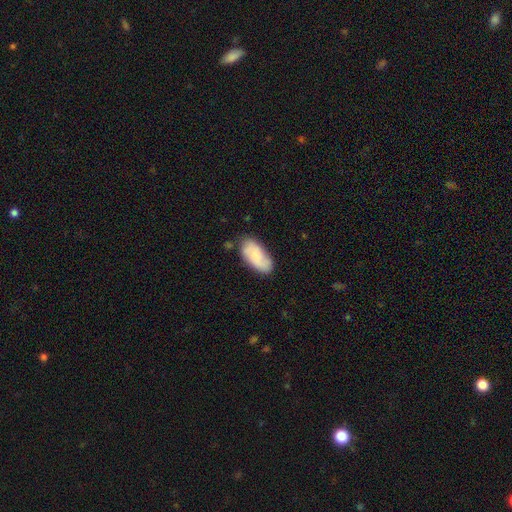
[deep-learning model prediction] Smooth or featured? smooth (67%)
How rounded? in between (91%)
Merging? none (75%)